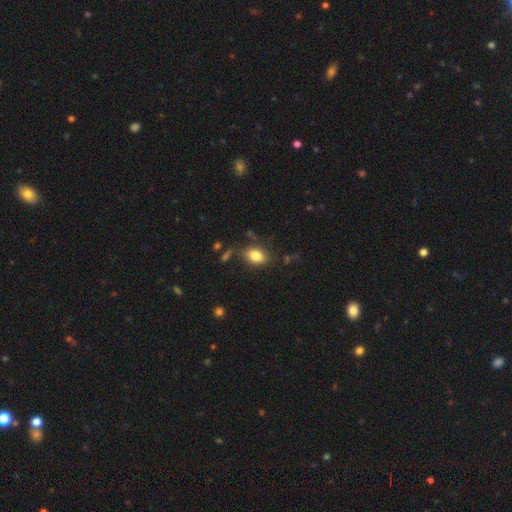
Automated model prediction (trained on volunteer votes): smooth_or_featured: smooth (p=0.82) [alt: featured or disk p=0.09]
how_rounded: in between (p=0.84) [alt: round p=0.14]
merging: none (p=0.70) [alt: minor disturbance p=0.18]